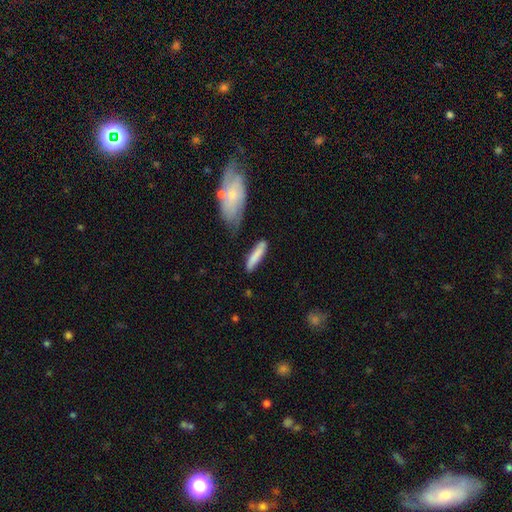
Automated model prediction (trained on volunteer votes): This appears to be a smooth galaxy with no disk features (80%) that is cigar-shaped (79%). Merging: none (69%).